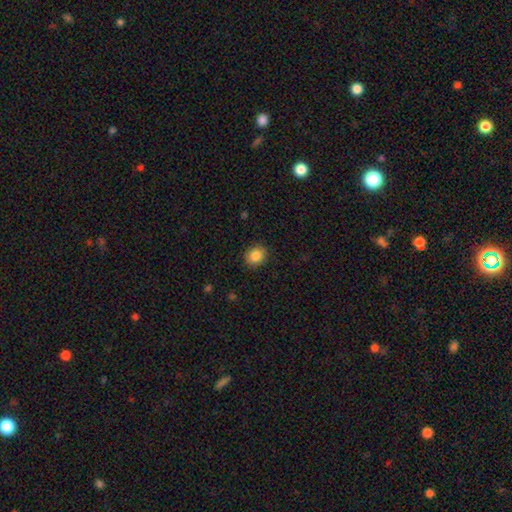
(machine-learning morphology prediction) This is clearly a smooth galaxy (85%). How rounded: likely round (63%). Merging: clearly none (90%).